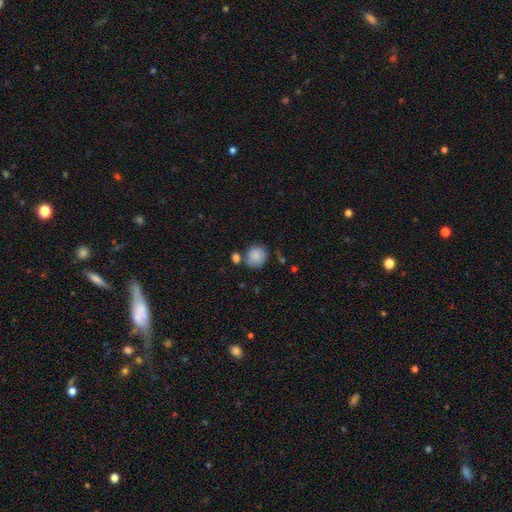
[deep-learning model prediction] Q: Smooth or featured?
A: smooth (87%); runner-up: star or artifact (8%)
Q: How rounded?
A: round (79%); runner-up: in between (20%)
Q: Merging?
A: none (64%); runner-up: minor disturbance (17%)